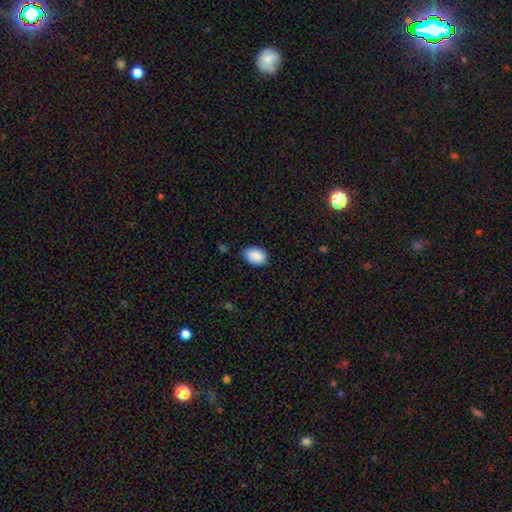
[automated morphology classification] The model was most divided on "merging": none: 79%, minor disturbance: 17%, major disturbance: 3%, merger: 1%. More confident: smooth or featured — smooth (88%); how rounded — in between (83%).